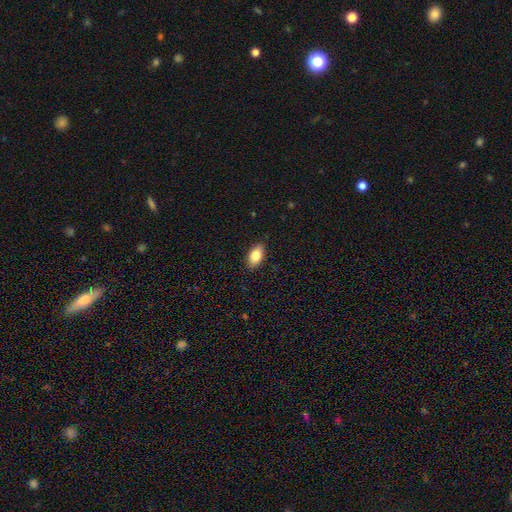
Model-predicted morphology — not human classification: The model was most divided on "smooth or featured": smooth: 84%, featured or disk: 9%, star or artifact: 7%. More confident: how rounded — in between (92%); merging — none (88%).